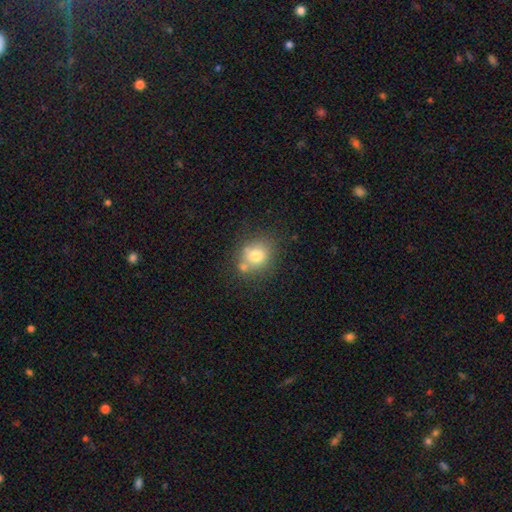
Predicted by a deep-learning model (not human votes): Smooth or featured? smooth (73%)
How rounded? round (74%)
Merging? none (62%)